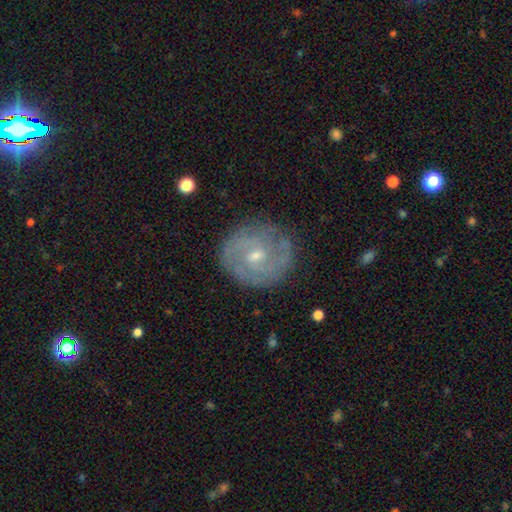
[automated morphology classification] Smooth or featured? Predicted: featured or disk (p=0.75). Edge-on disk? Predicted: no (p=0.97). Bar? Predicted: no (p=0.50). Spiral arms? Predicted: yes (p=0.88). Spiral winding? Predicted: tight (p=0.57). Spiral arm count? Predicted: 2 (p=0.45). Bulge size? Predicted: small (p=0.55). Merging? Predicted: none (p=0.80).